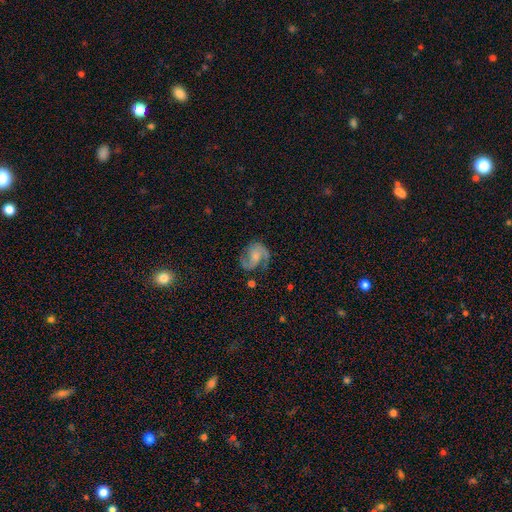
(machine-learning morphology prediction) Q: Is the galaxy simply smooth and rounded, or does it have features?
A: featured or disk — 84%.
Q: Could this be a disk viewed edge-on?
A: no — 98%.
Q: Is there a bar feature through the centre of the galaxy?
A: no — 57%.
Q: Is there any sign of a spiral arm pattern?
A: yes — 97%.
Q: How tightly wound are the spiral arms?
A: medium — 55%.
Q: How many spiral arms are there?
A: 2 — 89%.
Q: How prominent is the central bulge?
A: small — 37%.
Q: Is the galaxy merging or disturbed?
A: none — 68%.